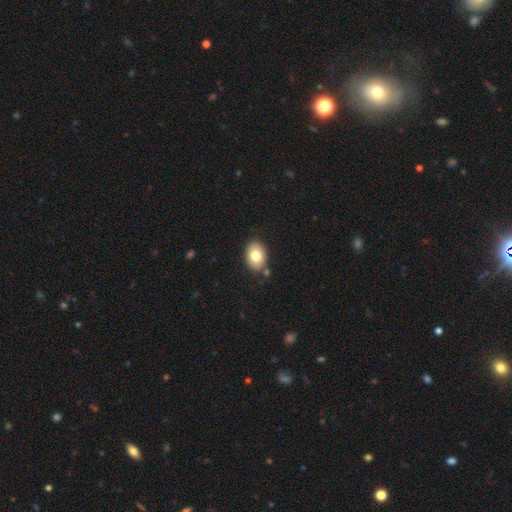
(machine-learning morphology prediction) smooth-or-featured: smooth: 79% | featured or disk: 12% | star or artifact: 8%
  how-rounded: in between: 74% | round: 25% | cigar-shaped: 1%
  merging: none: 82% | minor disturbance: 11% | merger: 4% | major disturbance: 3%